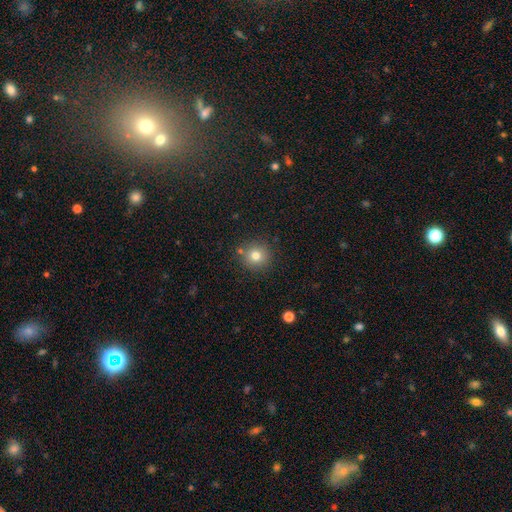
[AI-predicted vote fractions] Smooth or featured?
  - smooth: 77% *
  - star or artifact: 13%
  - featured or disk: 9%
How rounded?
  - round: 93% *
  - in between: 6%
  - cigar-shaped: 1%
Merging?
  - none: 83% *
  - minor disturbance: 8%
  - merger: 6%
  - major disturbance: 3%